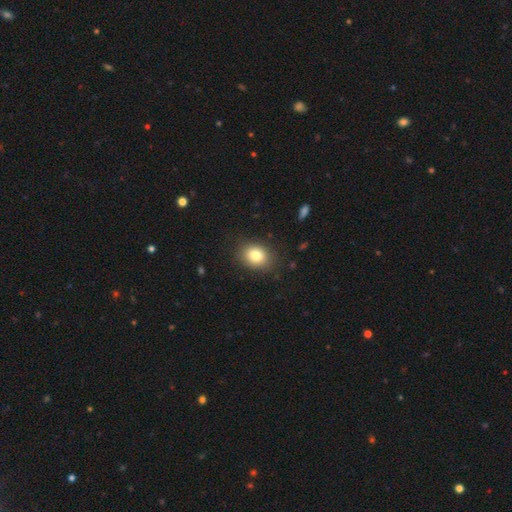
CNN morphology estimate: Smooth or featured: smooth — 81% (star or artifact — 10%)
How rounded: in between — 51% (round — 48%)
Merging: none — 86% (minor disturbance — 10%)